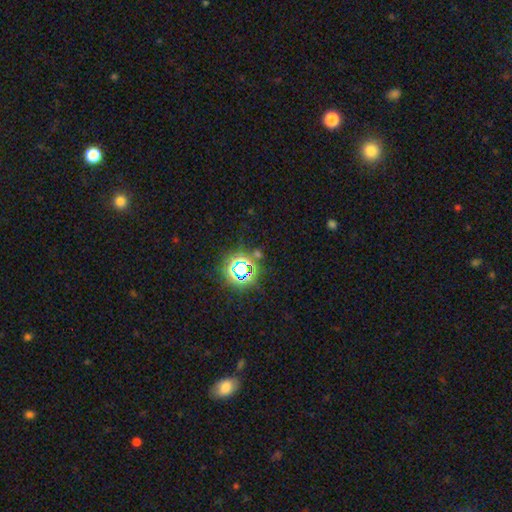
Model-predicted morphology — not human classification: smooth-or-featured: star or artifact: 72% | smooth: 19% | featured or disk: 8%